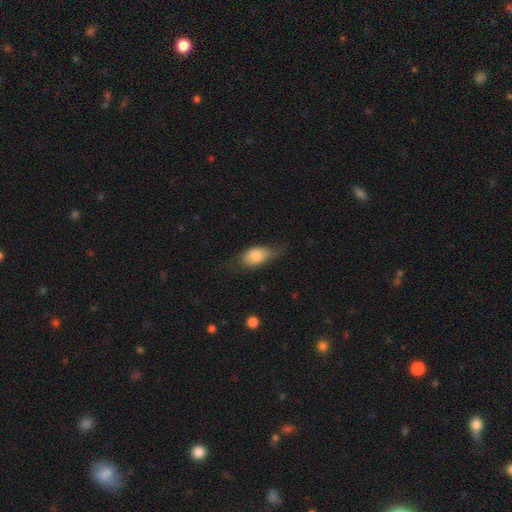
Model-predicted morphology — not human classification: smooth-or-featured: smooth: 75% | featured or disk: 18% | star or artifact: 7%
  how-rounded: in between: 85% | round: 9% | cigar-shaped: 5%
  merging: none: 53% | minor disturbance: 32% | major disturbance: 14% | merger: 2%